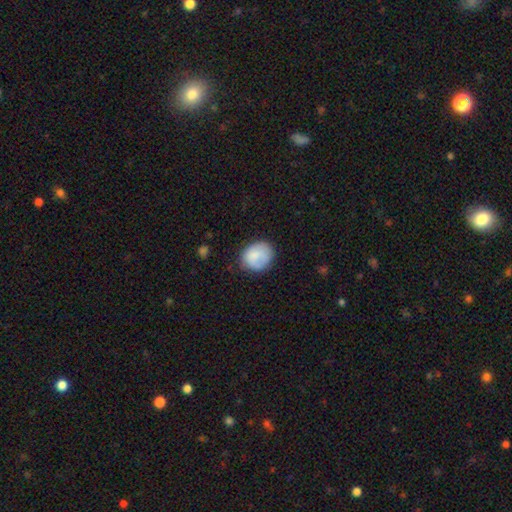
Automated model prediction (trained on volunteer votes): A smooth galaxy with no disk features (77%) that is round (62%).

Vote fractions:
- Smooth or featured? smooth: 77% / featured or disk: 16% / star or artifact: 7%
- How rounded? round: 62% / in between: 37% / cigar-shaped: 1%
- Merging? none: 64% / minor disturbance: 24% / major disturbance: 9% / merger: 2%